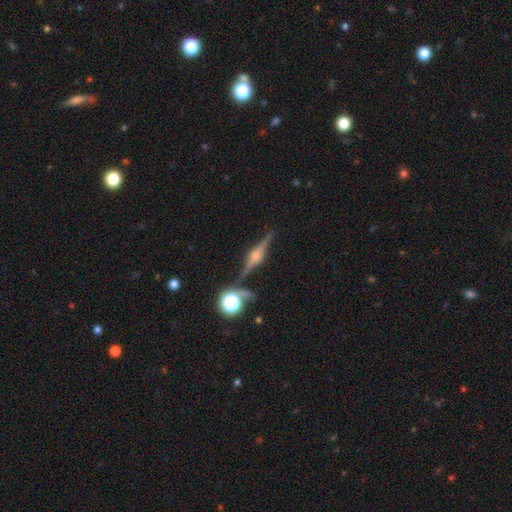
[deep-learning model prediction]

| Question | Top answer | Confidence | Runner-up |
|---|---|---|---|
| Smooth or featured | featured or disk | 81% | smooth (10%) |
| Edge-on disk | yes | 97% | no (3%) |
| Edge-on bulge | rounded | 89% | boxy (8%) |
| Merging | none | 85% | minor disturbance (9%) |